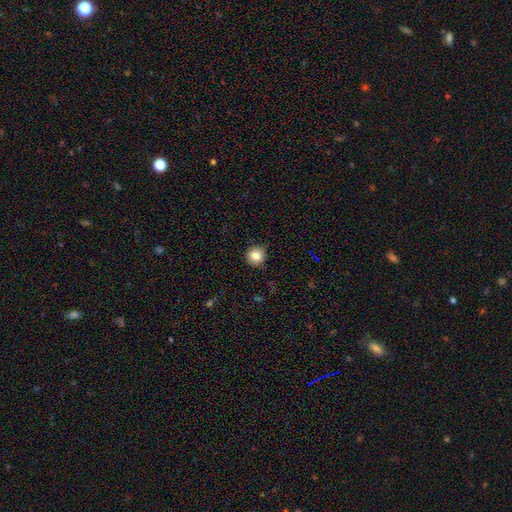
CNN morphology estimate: This is clearly a smooth galaxy (84%). How rounded: clearly round (92%). Merging: clearly none (85%).